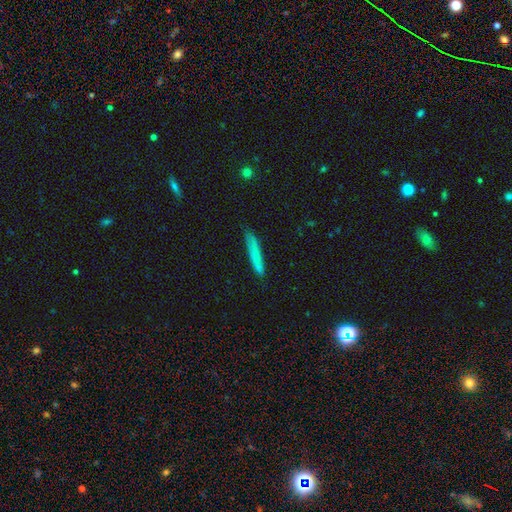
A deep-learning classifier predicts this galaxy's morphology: This appears to be a smooth galaxy with no disk features (74%) that is cigar-shaped (94%). Merging: none (81%).